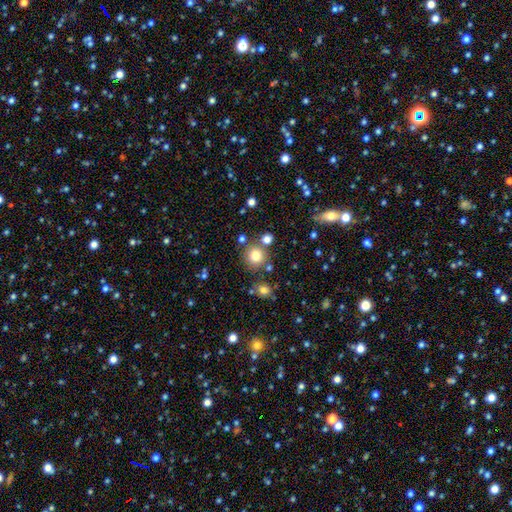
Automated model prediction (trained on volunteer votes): The model was most divided on "smooth or featured": smooth: 78%, star or artifact: 14%, featured or disk: 8%. More confident: how rounded — round (90%); merging — none (76%).